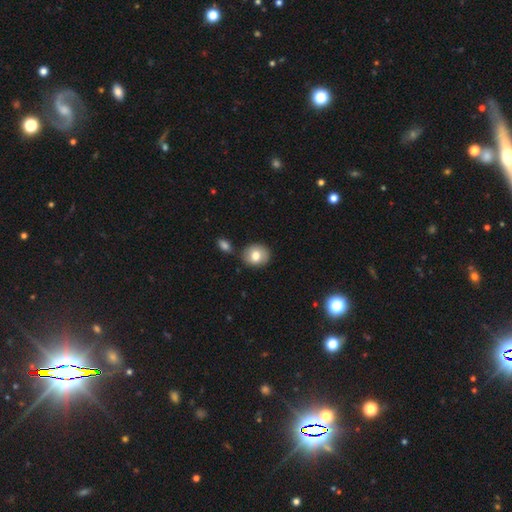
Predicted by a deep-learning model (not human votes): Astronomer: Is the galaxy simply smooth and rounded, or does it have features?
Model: smooth — 77%.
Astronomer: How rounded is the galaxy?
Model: round — 65%.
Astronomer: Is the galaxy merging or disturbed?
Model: none — 76%.